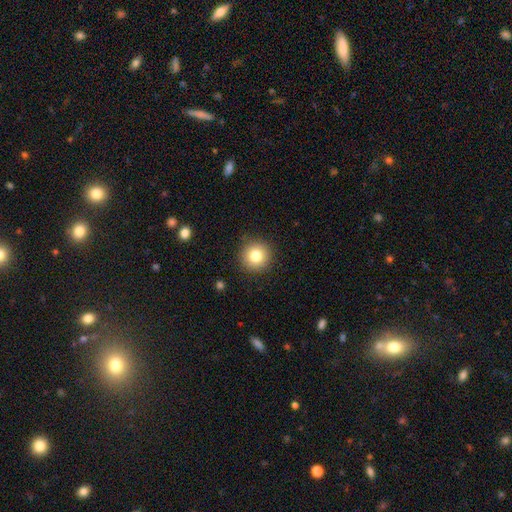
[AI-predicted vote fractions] Smooth or featured? smooth (80%)
How rounded? round (95%)
Merging? none (90%)